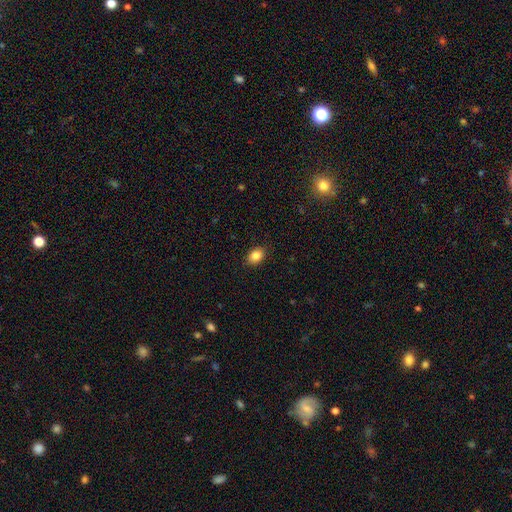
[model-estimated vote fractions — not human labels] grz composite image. It shows a smooth galaxy with no disk features (86%) that is in between round and cigar-shaped (74%). Merging: none (88%).